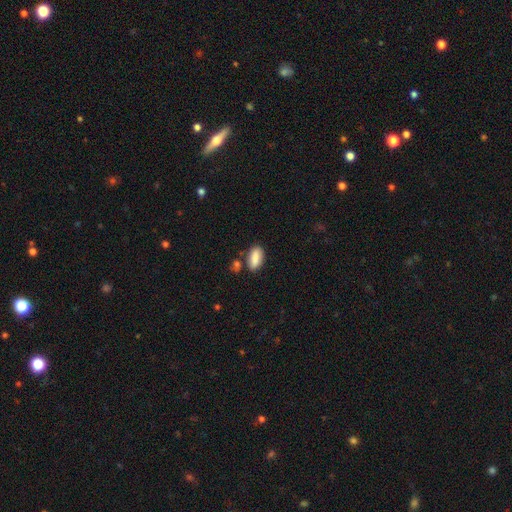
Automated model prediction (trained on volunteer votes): Smooth or featured? smooth (86%)
How rounded? in between (87%)
Merging? none (73%)